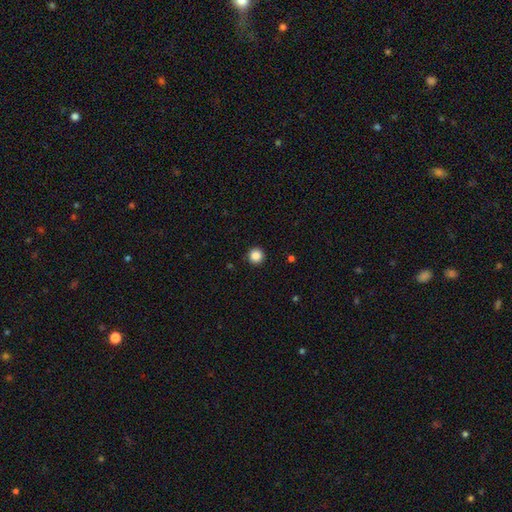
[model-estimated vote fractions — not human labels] smooth_or_featured: smooth (p=0.86) [alt: star or artifact p=0.10]
how_rounded: round (p=0.96) [alt: in between p=0.03]
merging: none (p=0.93) [alt: minor disturbance p=0.04]